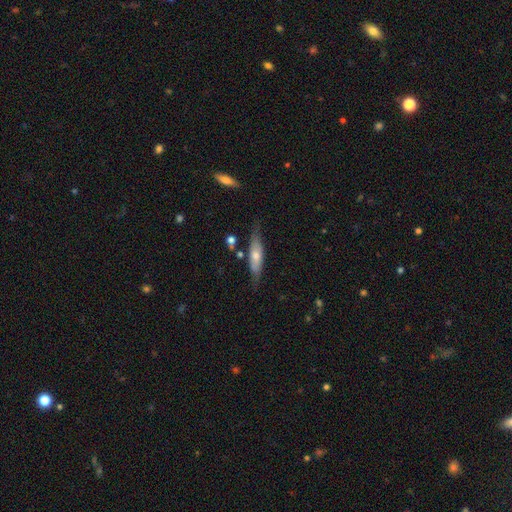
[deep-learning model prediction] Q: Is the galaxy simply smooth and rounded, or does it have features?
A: smooth — 52%.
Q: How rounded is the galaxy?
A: cigar-shaped — 62%.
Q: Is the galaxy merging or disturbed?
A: none — 68%.